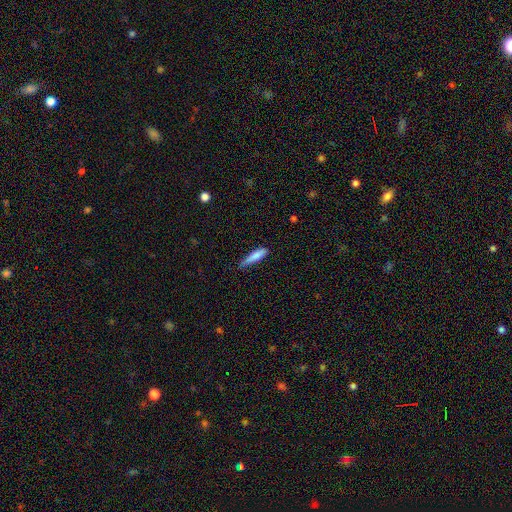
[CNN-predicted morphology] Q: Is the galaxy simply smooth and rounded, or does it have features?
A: smooth — 80%.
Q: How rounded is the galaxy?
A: cigar-shaped — 81%.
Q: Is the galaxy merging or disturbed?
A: none — 59%.